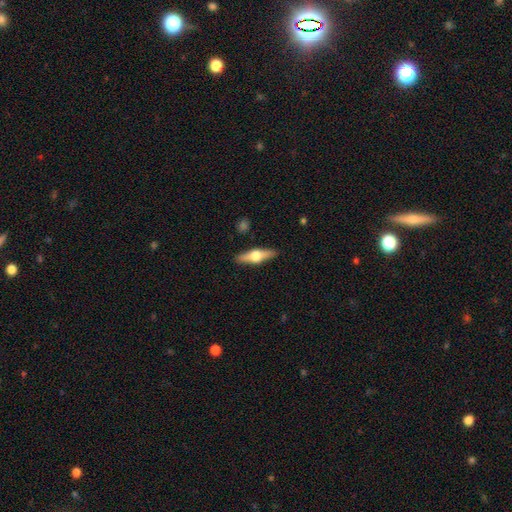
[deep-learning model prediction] smooth-or-featured: featured or disk: 63% | smooth: 31% | star or artifact: 6%
  disk-edge-on: yes: 95% | no: 5%
    edge-on-bulge: rounded: 95% | boxy: 3% | none: 1%
  merging: none: 89% | minor disturbance: 7% | major disturbance: 2% | merger: 1%